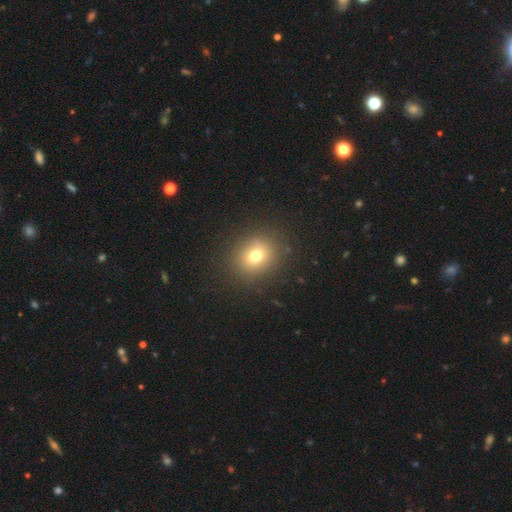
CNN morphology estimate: This appears to be a smooth galaxy with no disk features (72%) that is round (71%). Merging: none (84%).